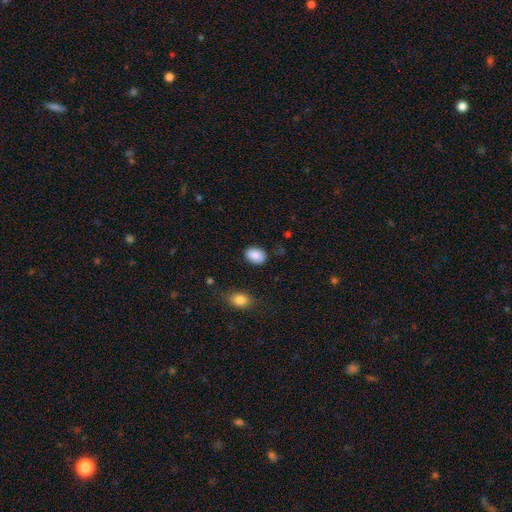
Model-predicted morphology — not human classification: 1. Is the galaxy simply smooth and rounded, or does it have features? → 89% smooth, 7% star or artifact, 4% featured or disk.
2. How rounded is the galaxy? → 78% in between, 20% round, 1% cigar-shaped.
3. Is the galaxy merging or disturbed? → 84% none, 11% minor disturbance, 3% major disturbance, 2% merger.